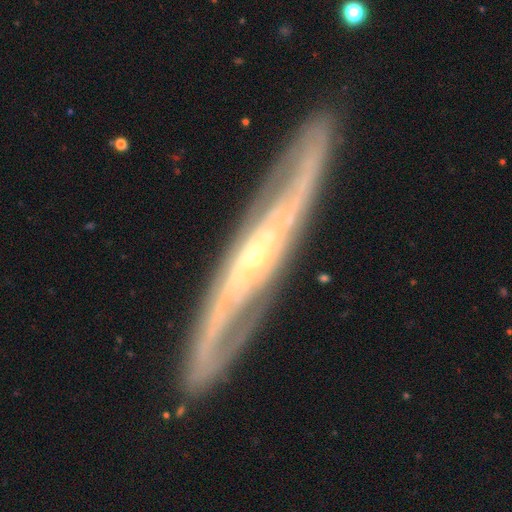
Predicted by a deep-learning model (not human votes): Smooth or featured? Predicted: featured or disk (p=0.88). Edge-on disk? Predicted: no (p=0.65). Bar? Predicted: no (p=0.53). Spiral arms? Predicted: yes (p=0.95). Spiral winding? Predicted: medium (p=0.45). Spiral arm count? Predicted: 2 (p=0.81). Bulge size? Predicted: small (p=0.70). Merging? Predicted: none (p=0.85).